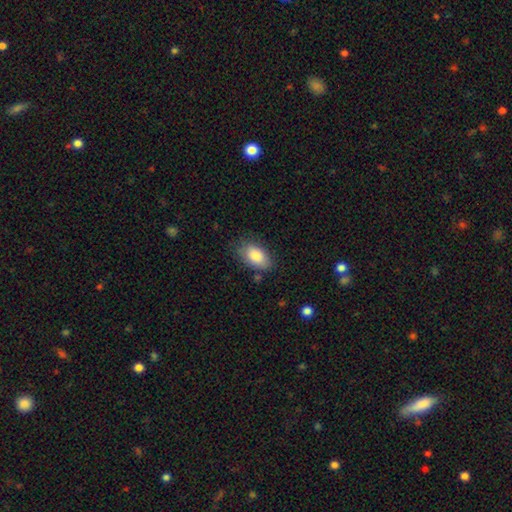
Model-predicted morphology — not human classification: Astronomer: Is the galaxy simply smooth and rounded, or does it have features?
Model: smooth — 85%.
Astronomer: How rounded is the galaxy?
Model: in between — 92%.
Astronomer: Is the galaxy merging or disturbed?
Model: none — 75%.